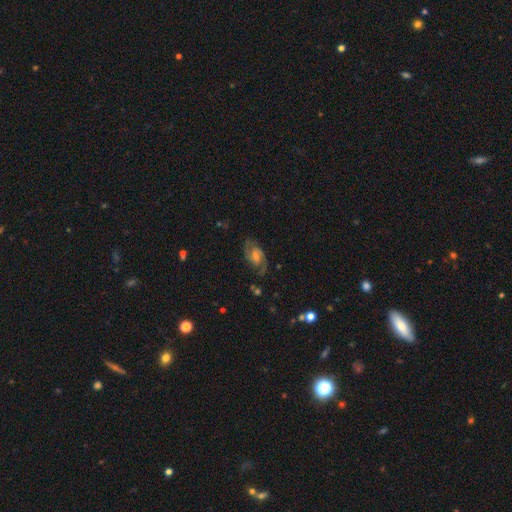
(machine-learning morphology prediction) Smooth or featured? Predicted: featured or disk (p=0.79). Edge-on disk? Predicted: no (p=0.96). Bar? Predicted: weak (p=0.53). Spiral arms? Predicted: yes (p=0.95). Spiral winding? Predicted: medium (p=0.54). Spiral arm count? Predicted: 2 (p=0.88). Bulge size? Predicted: moderate (p=0.45). Merging? Predicted: none (p=0.79).